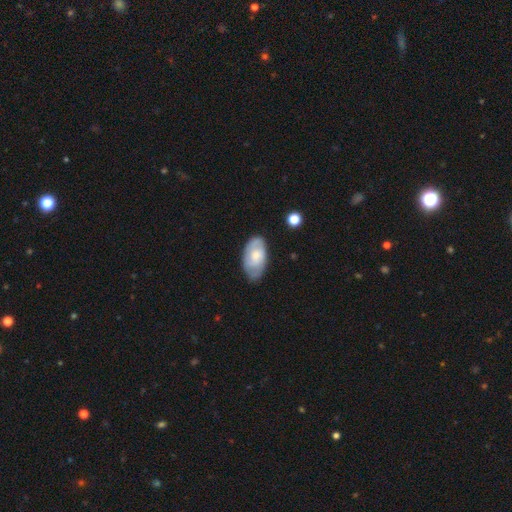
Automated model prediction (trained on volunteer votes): Overall: smooth (49%; featured or disk 45%). Merging: none (69%).